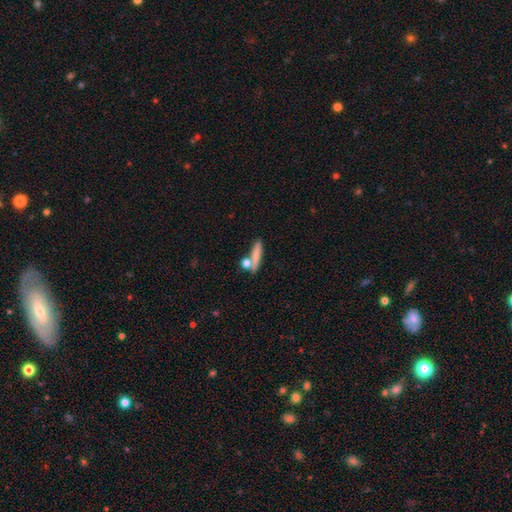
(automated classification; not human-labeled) Q: Smooth or featured?
A: smooth (74%); runner-up: featured or disk (18%)
Q: How rounded?
A: cigar-shaped (68%); runner-up: in between (20%)
Q: Merging?
A: none (62%); runner-up: merger (21%)